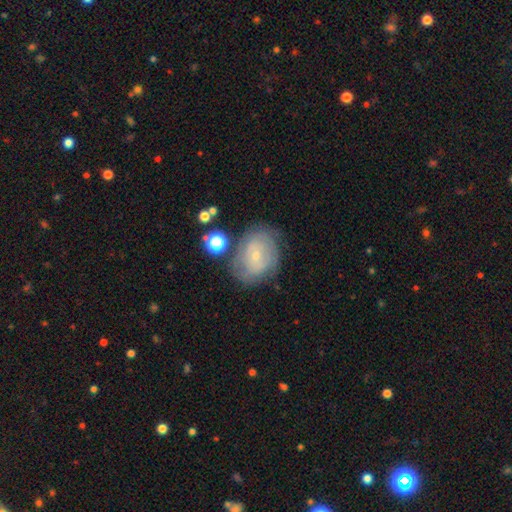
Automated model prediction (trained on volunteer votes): The model was most divided on "smooth or featured": featured or disk: 55%, smooth: 35%, star or artifact: 10%. More confident: edge-on disk — no (96%); bulge size — small (79%); bar — no (70%); spiral arms — yes (66%); merging — none (65%).